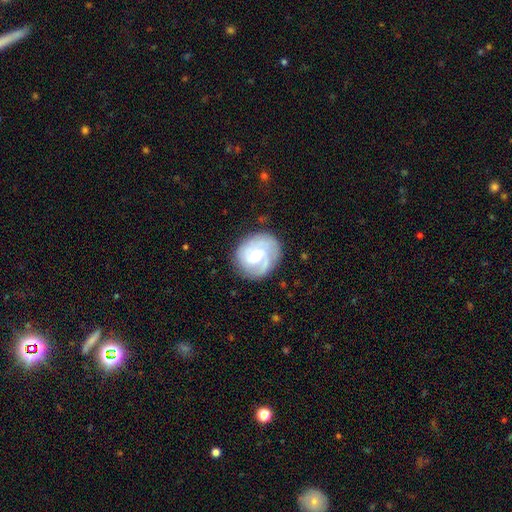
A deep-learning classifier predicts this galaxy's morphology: This appears to be a featured or disk galaxy (79%) with a weak bar (50%), 2 (41%) tight (45%) spiral arms (95%) and a moderate central bulge (50%). Merging: none (77%).